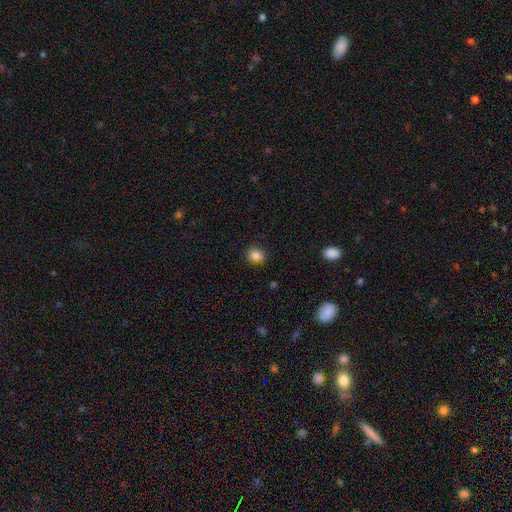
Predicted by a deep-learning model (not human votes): smooth 84%, star or artifact 12%, featured or disk 4%. Down the decision tree: how rounded — round (66%); merging — none (79%).